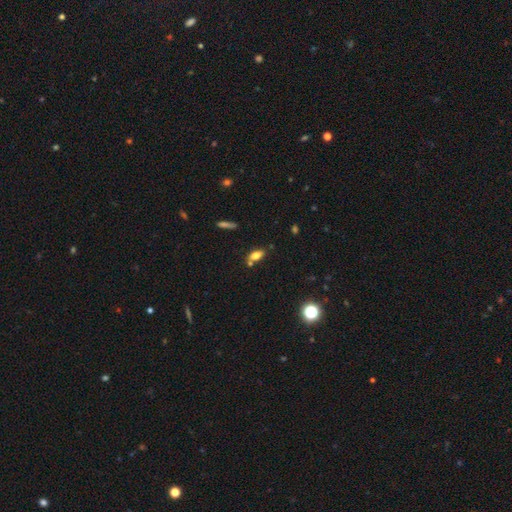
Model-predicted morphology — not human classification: This appears to be a smooth galaxy with no disk features (74%) that is in between round and cigar-shaped (83%). Merging: none (65%).